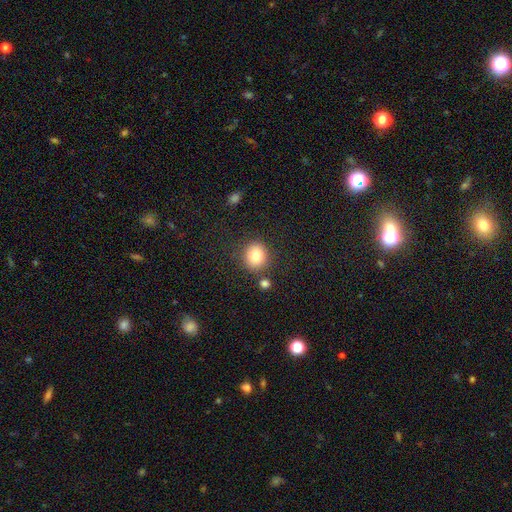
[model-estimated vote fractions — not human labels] A smooth galaxy with no disk features (82%) that is round (81%). Merging: none (82%).